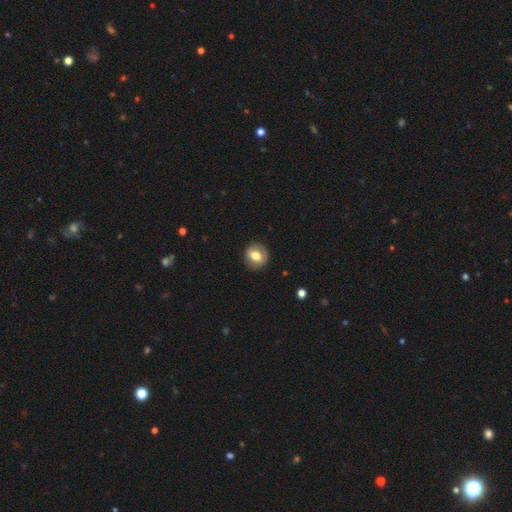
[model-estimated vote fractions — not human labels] Q: Smooth or featured?
A: smooth (64%); runner-up: featured or disk (28%)
Q: How rounded?
A: round (75%); runner-up: in between (24%)
Q: Merging?
A: none (86%); runner-up: minor disturbance (10%)